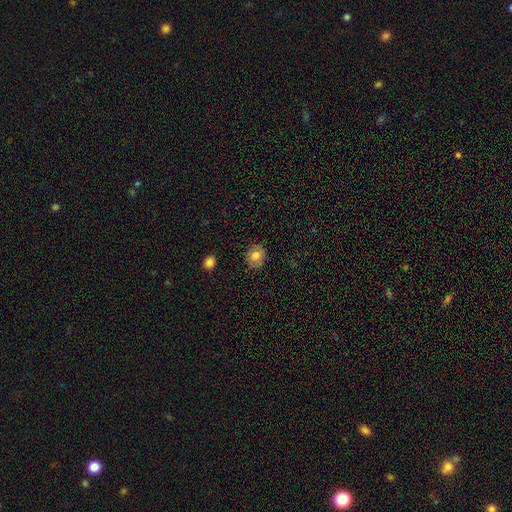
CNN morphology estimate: This is likely a smooth galaxy (76%). How rounded: likely round (71%). Merging: clearly none (87%).